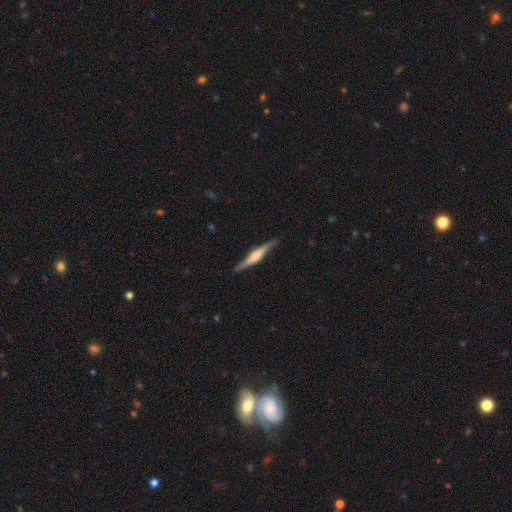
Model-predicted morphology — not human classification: A featured or disk galaxy (67%) viewed edge-on (92%) with a rounded central bulge (73%).

Vote fractions:
- Smooth or featured? featured or disk: 67% / smooth: 28% / star or artifact: 5%
- Edge-on disk? yes: 92% / no: 8%
- Edge-on bulge? rounded: 73% / boxy: 17% / none: 10%
- Merging? none: 81% / minor disturbance: 14% / major disturbance: 3% / merger: 1%